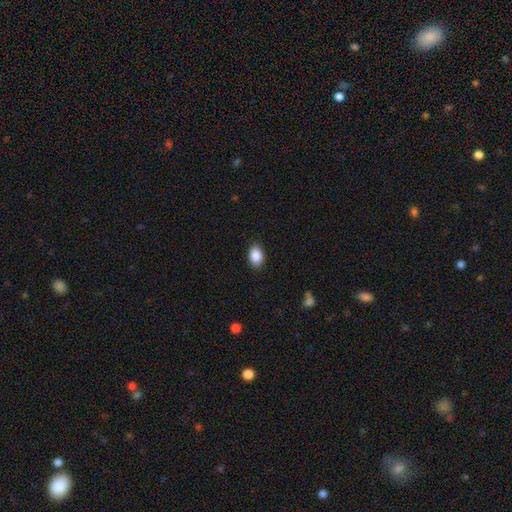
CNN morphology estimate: Q: Smooth or featured?
A: smooth (89%); runner-up: star or artifact (8%)
Q: How rounded?
A: in between (86%); runner-up: round (13%)
Q: Merging?
A: none (88%); runner-up: minor disturbance (9%)